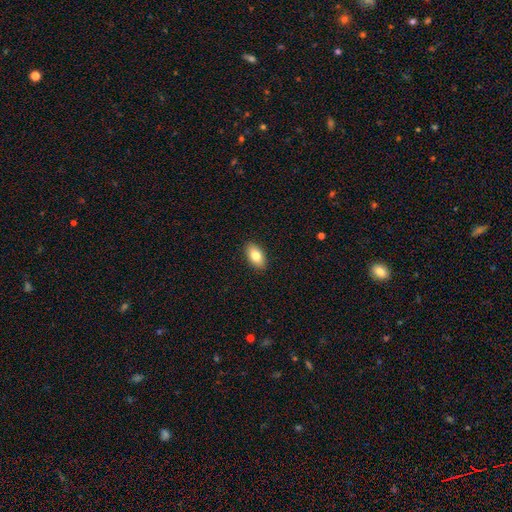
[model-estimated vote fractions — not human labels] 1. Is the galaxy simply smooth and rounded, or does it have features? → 80% smooth, 13% featured or disk, 7% star or artifact.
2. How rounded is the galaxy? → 92% in between, 5% round, 3% cigar-shaped.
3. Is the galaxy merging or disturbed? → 90% none, 7% minor disturbance, 2% major disturbance, 1% merger.